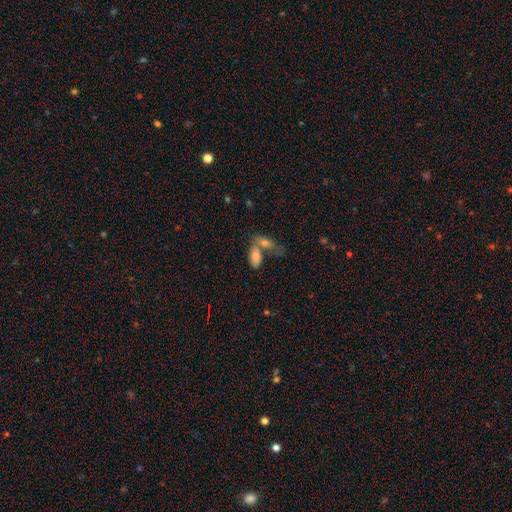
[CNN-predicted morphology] Smooth or featured? smooth (70%)
How rounded? in between (84%)
Merging? merger (52%)